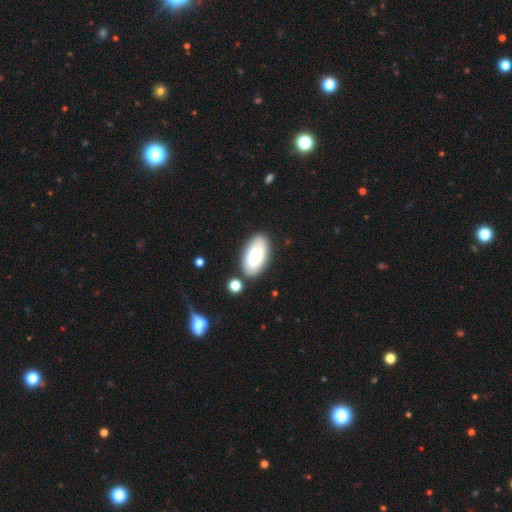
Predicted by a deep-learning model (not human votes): A smooth galaxy with no disk features (66%) that is in between round and cigar-shaped (95%). Merging: none (82%).